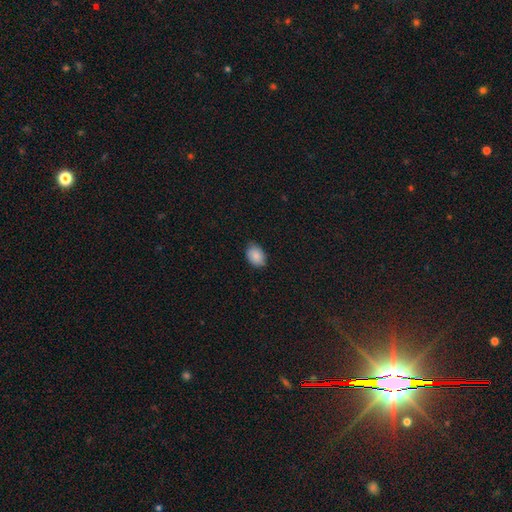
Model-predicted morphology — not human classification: The model was most divided on "how rounded": in between: 82%, round: 17%, cigar-shaped: 1%. More confident: smooth or featured — smooth (87%); merging — none (81%).